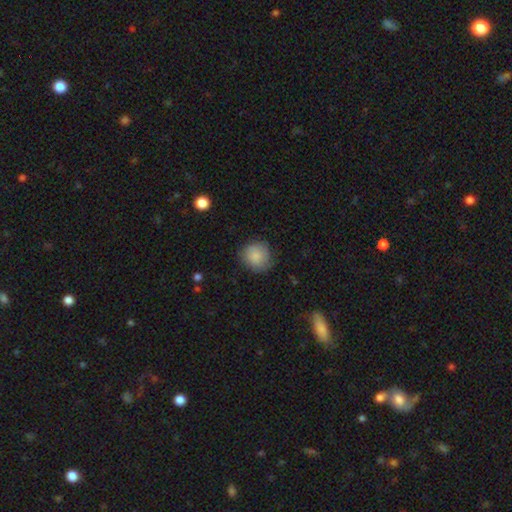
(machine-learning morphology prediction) Smooth or featured? smooth (86%)
How rounded? round (88%)
Merging? none (74%)